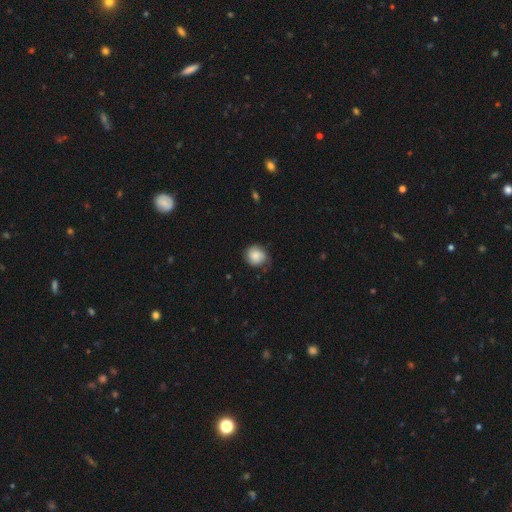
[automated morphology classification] A smooth galaxy with no disk features (75%) that is round (78%).

Vote fractions:
- Smooth or featured? smooth: 75% / featured or disk: 18% / star or artifact: 8%
- How rounded? round: 78% / in between: 21% / cigar-shaped: 1%
- Merging? none: 61% / minor disturbance: 30% / major disturbance: 8% / merger: 1%